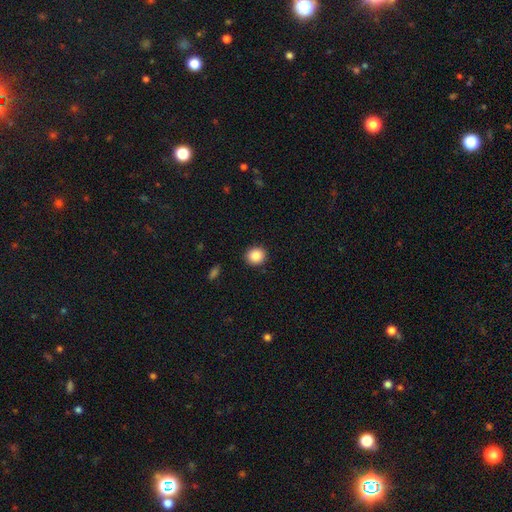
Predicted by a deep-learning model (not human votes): This is clearly a smooth galaxy (87%). How rounded: clearly round (85%). Merging: clearly none (91%).